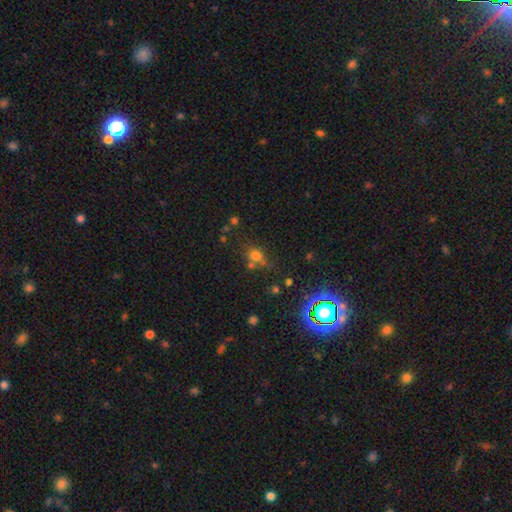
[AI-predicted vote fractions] smooth-or-featured: smooth: 69% | star or artifact: 21% | featured or disk: 10%
  how-rounded: round: 60% | in between: 38% | cigar-shaped: 2%
  merging: none: 57% | merger: 20% | minor disturbance: 16% | major disturbance: 7%